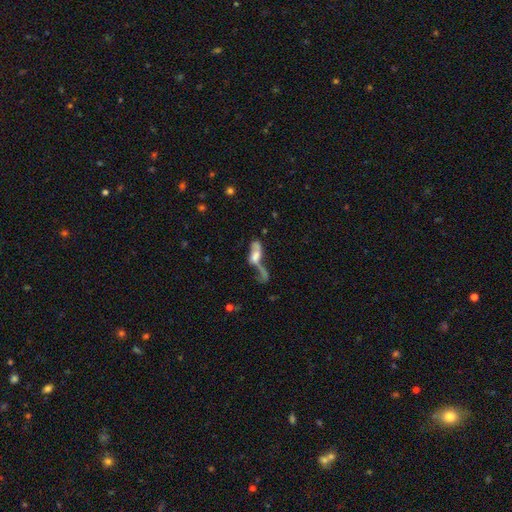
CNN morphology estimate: type=featured or disk (48%); merging=merger (42%).